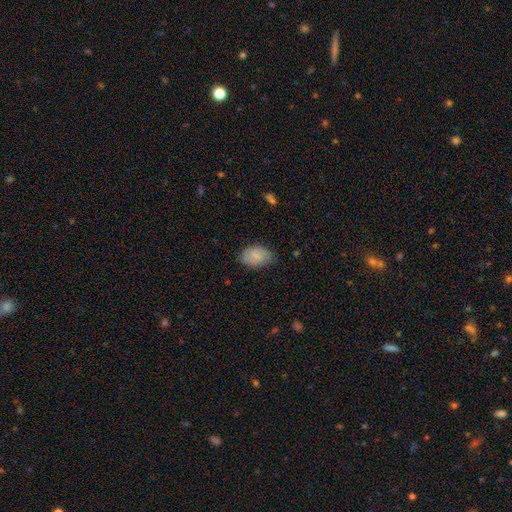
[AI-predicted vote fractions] A smooth galaxy with no disk features (80%) that is in between round and cigar-shaped (90%). Merging: none (75%).